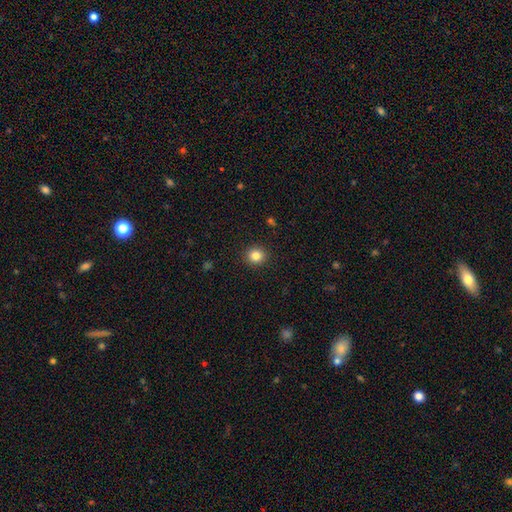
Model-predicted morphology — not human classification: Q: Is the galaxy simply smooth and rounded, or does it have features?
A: smooth — 84%.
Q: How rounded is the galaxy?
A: round — 87%.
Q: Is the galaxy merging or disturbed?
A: none — 92%.